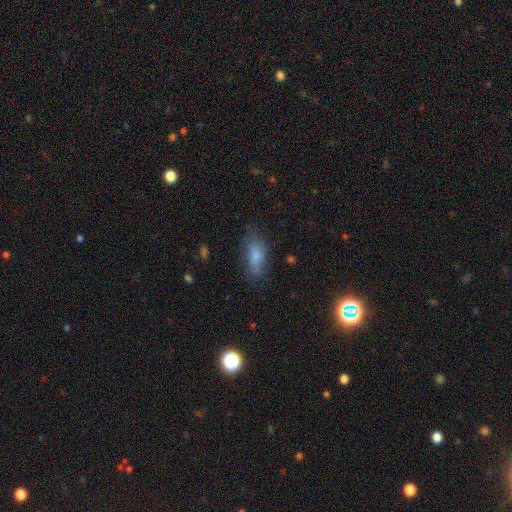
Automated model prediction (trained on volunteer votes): smooth_or_featured: smooth (p=0.73) [alt: featured or disk p=0.18]
how_rounded: in between (p=0.81) [alt: cigar-shaped p=0.15]
merging: none (p=0.64) [alt: minor disturbance p=0.24]